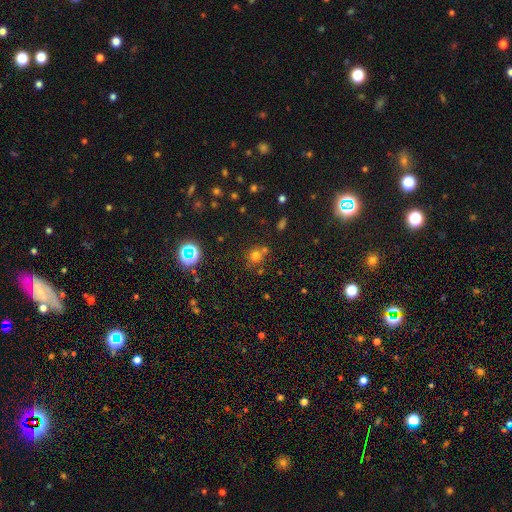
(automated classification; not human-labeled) smooth-or-featured: smooth: 65% | star or artifact: 25% | featured or disk: 9%
  how-rounded: round: 87% | in between: 12% | cigar-shaped: 1%
  merging: none: 64% | merger: 21% | minor disturbance: 10% | major disturbance: 4%